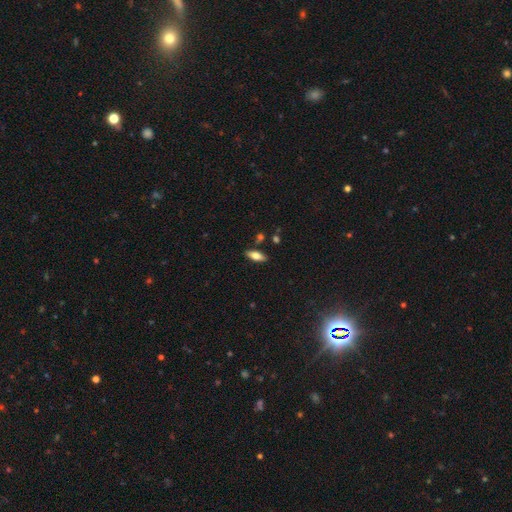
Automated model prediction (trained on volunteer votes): Morphology: type=smooth (69%); roundness=in between (72%); merging=none (85%).